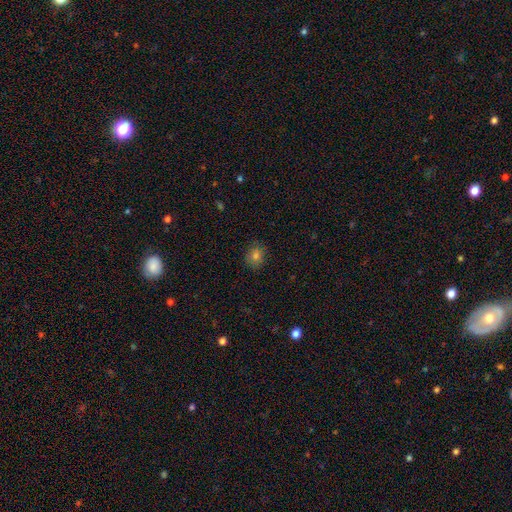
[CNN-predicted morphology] Overall: smooth (79%). How rounded: round (64%; in between 35%). Merging: none (85%).